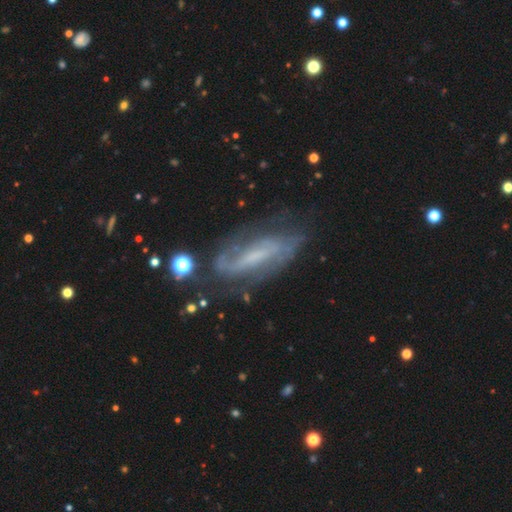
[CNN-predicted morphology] The model was most divided on "bar": weak: 40%, strong: 33%, no: 28%. Remaining: edge-on disk — no (84%); spiral arms — yes (83%); smooth or featured — featured or disk (74%); merging — none (65%); spiral arm count — 2 (57%); bulge size — small (42%); spiral winding — medium (40%).